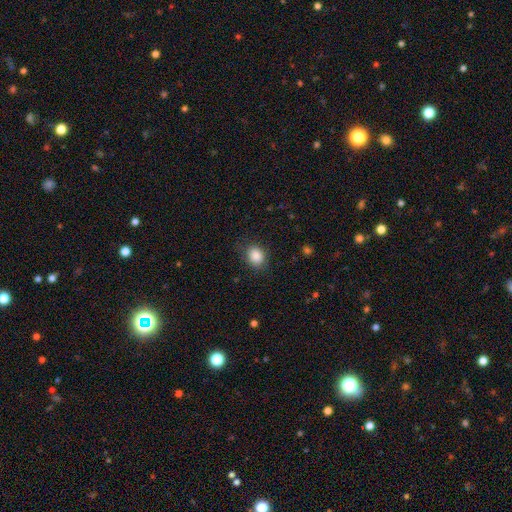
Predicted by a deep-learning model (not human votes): Smooth or featured? smooth (86%)
How rounded? round (52%)
Merging? none (78%)